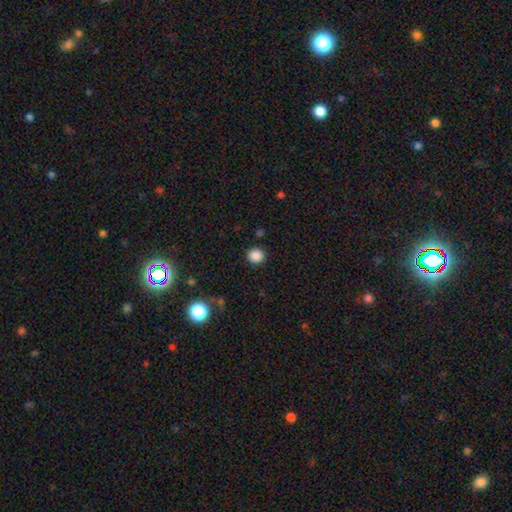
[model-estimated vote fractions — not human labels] A smooth galaxy with no disk features (87%) that is round (90%). Merging: none (90%).